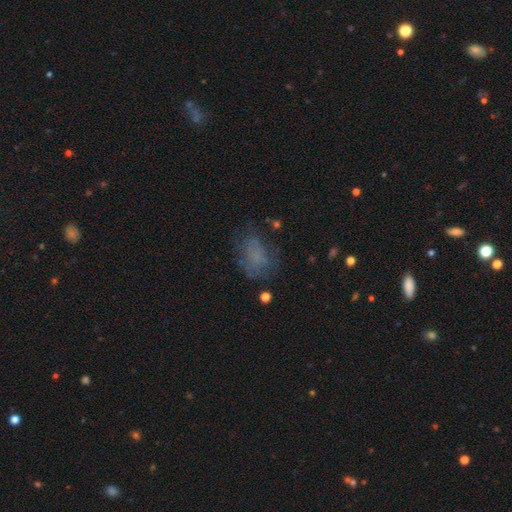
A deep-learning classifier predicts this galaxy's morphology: smooth-or-featured: smooth: 56% | featured or disk: 25% | star or artifact: 18%
  how-rounded: in between: 71% | round: 28% | cigar-shaped: 2%
  merging: none: 54% | minor disturbance: 22% | major disturbance: 21% | merger: 3%